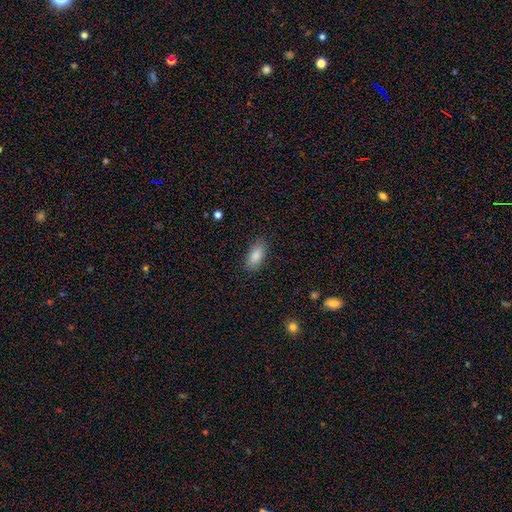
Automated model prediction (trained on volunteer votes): smooth_or_featured: smooth (p=0.84) [alt: star or artifact p=0.08]
how_rounded: in between (p=0.89) [alt: cigar-shaped p=0.07]
merging: none (p=0.86) [alt: minor disturbance p=0.10]